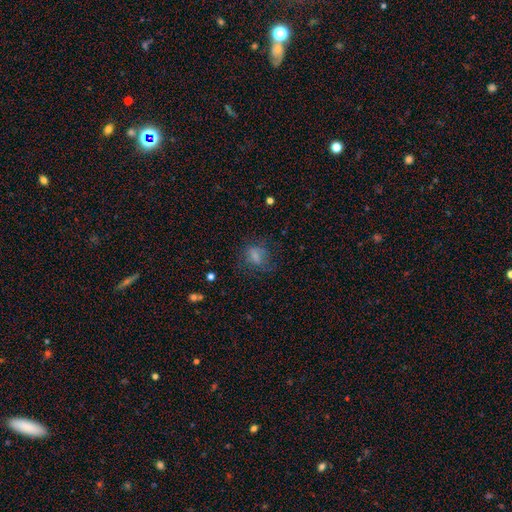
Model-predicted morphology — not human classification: Q: Smooth or featured?
A: smooth (68%); runner-up: featured or disk (18%)
Q: How rounded?
A: in between (62%); runner-up: round (32%)
Q: Merging?
A: none (60%); runner-up: minor disturbance (20%)